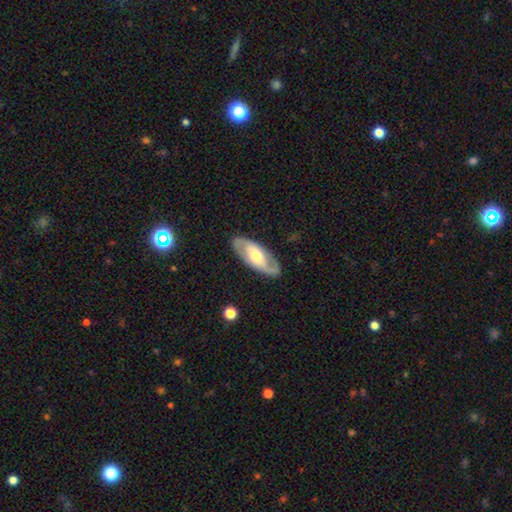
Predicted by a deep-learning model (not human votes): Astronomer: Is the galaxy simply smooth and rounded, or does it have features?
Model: featured or disk — 70%.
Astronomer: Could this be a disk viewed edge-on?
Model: no — 89%.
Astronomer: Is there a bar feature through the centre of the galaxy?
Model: no — 56% (runner-up: weak, 32%).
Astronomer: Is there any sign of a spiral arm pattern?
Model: yes — 80%.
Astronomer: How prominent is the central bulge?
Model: moderate — 63%.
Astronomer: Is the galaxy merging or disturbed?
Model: none — 85%.